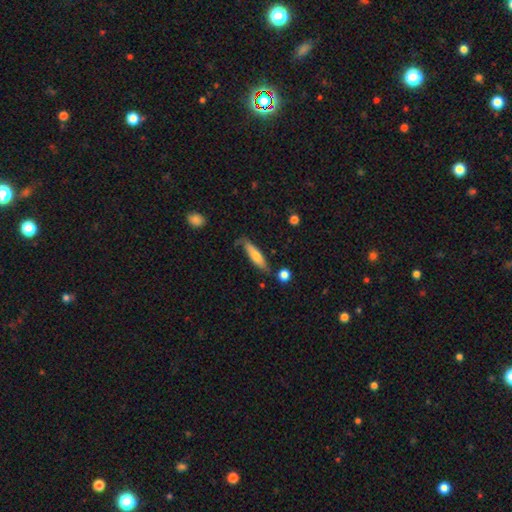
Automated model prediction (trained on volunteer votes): Smooth or featured: smooth — 64% (featured or disk — 30%)
How rounded: cigar-shaped — 73% (in between — 25%)
Merging: none — 65% (minor disturbance — 24%)